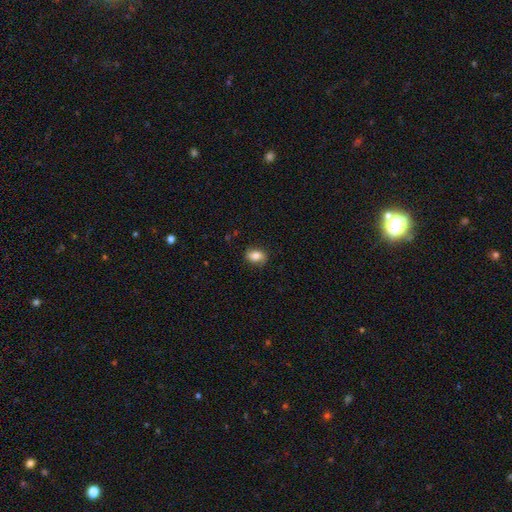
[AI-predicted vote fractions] The model was most divided on "how rounded": in between: 73%, round: 25%, cigar-shaped: 2%. More confident: merging — none (81%); smooth or featured — smooth (76%).